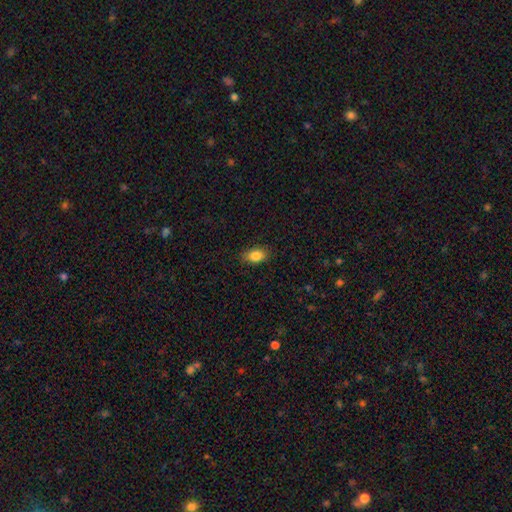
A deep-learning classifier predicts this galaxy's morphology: A smooth galaxy with no disk features (85%) that is in between round and cigar-shaped (86%).

Vote fractions:
- Smooth or featured? smooth: 85% / star or artifact: 8% / featured or disk: 6%
- How rounded? in between: 86% / round: 11% / cigar-shaped: 3%
- Merging? none: 85% / minor disturbance: 12% / major disturbance: 3% / merger: 1%